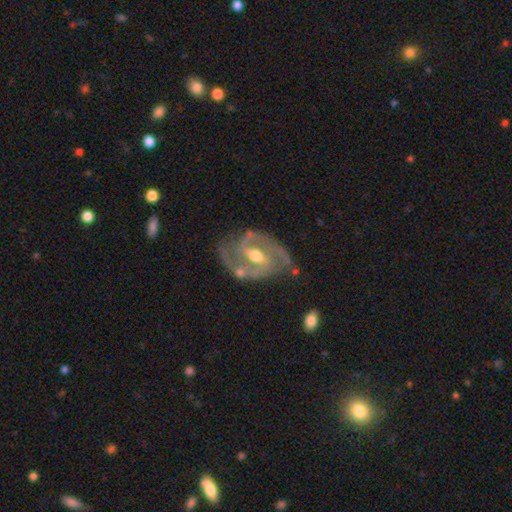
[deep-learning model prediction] A featured or disk galaxy (90%) with a weak bar (46%), 2 (86%) medium (52%) spiral arms (97%) and a moderate central bulge (70%).

Vote fractions:
- Smooth or featured? featured or disk: 90% / star or artifact: 5% / smooth: 5%
- Edge-on disk? no: 97% / yes: 3%
- Bar? weak: 46% / strong: 32% / no: 22%
- Spiral arms? yes: 97% / no: 3%
- Spiral winding? medium: 52% / tight: 37% / loose: 11%
- Spiral arm count? 2: 86% / 3: 5% / can't tell: 4% / 1: 2% / 4: 1% / more than 4: 1%
- Bulge size? moderate: 70% / small: 24% / large: 4% / none: 1% / dominant: 1%
- Merging? none: 70% / minor disturbance: 19% / major disturbance: 7% / merger: 4%